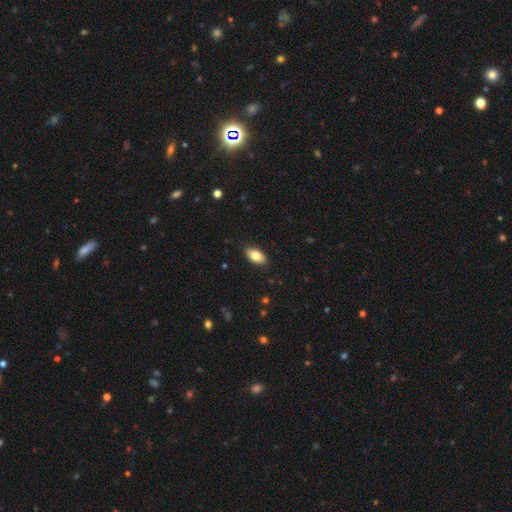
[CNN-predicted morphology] This appears to be a smooth galaxy with no disk features (81%) that is in between round and cigar-shaped (93%). Merging: none (88%).